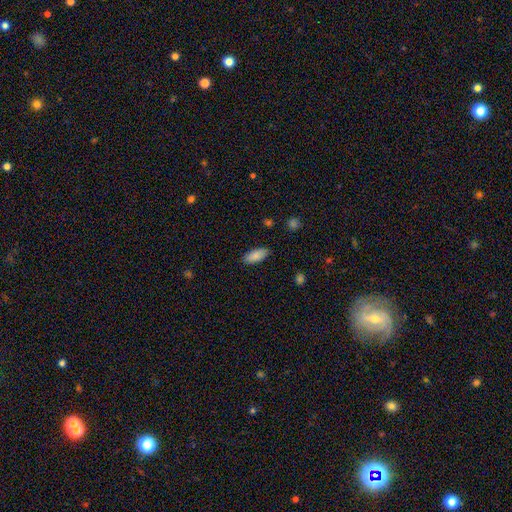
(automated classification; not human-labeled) This is clearly a smooth galaxy (86%). How rounded: clearly in between (86%). Merging: clearly none (86%).